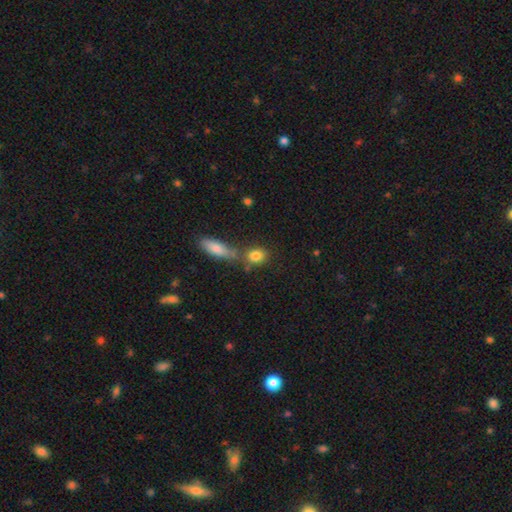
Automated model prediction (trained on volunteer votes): Smooth or featured? Predicted: smooth (p=0.81). How rounded? Predicted: in between (p=0.50). Merging? Predicted: none (p=0.59).